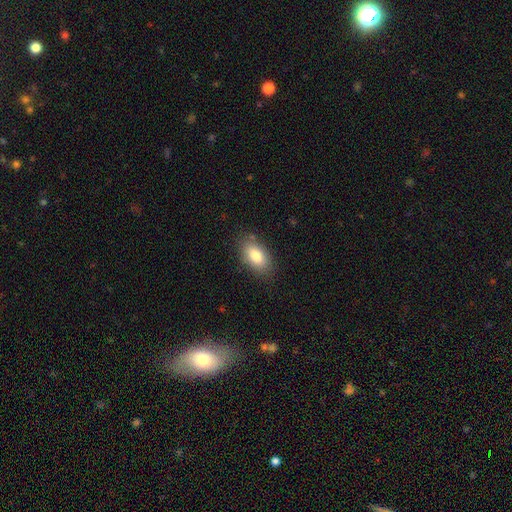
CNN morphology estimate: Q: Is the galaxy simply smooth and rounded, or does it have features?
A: smooth — 82%.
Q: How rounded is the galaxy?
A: in between — 92%.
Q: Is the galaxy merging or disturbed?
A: none — 82%.